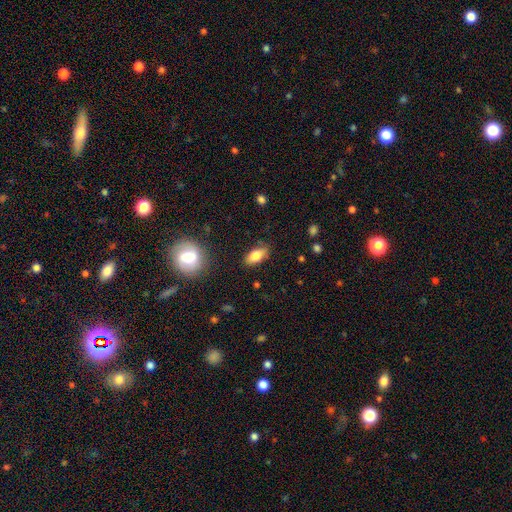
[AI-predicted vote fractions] smooth_or_featured: smooth (p=0.77) [alt: featured or disk p=0.15]
how_rounded: in between (p=0.85) [alt: cigar-shaped p=0.10]
merging: none (p=0.83) [alt: minor disturbance p=0.13]